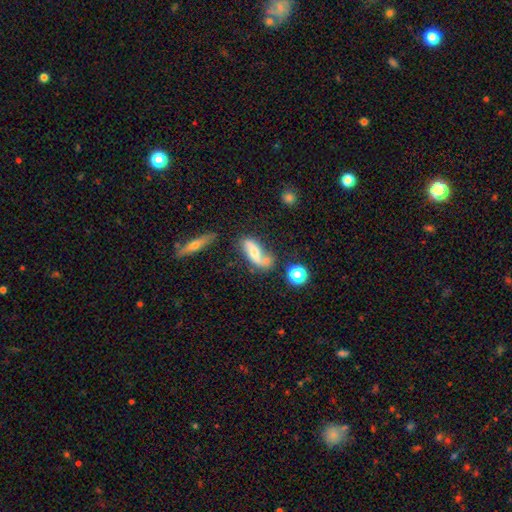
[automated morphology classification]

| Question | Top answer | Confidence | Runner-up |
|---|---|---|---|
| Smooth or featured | featured or disk | 49% | smooth (43%) |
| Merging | none | 44% | minor disturbance (22%) |